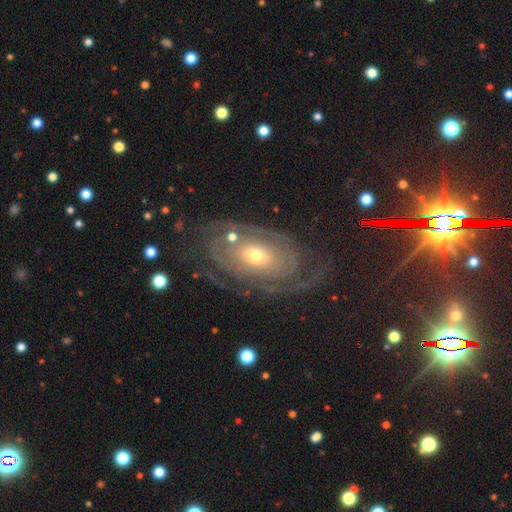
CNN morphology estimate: type=featured or disk (84%); edge-on=no (95%); bar=no (77%); spiral arms=yes (86%); winding=tight (70%); arm count=can't tell (36%); bulge=moderate (52%); merging=none (68%).